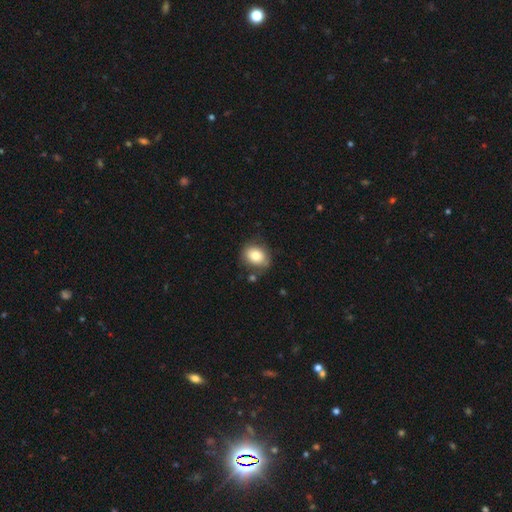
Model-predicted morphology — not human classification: Smooth or featured? smooth (79%)
How rounded? round (53%)
Merging? none (71%)